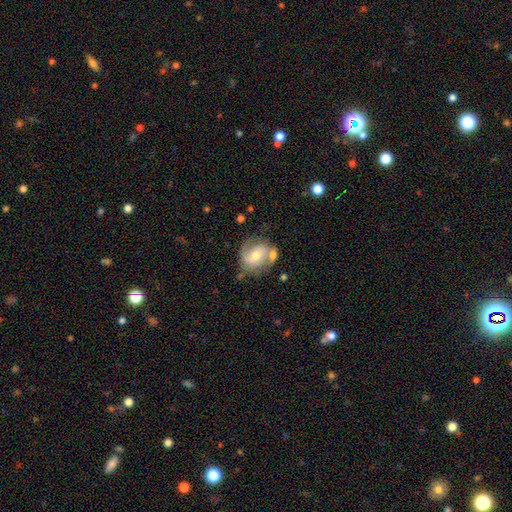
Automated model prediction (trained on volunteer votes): Smooth or featured? featured or disk (65%)
Edge-on disk? no (97%)
Bar? no (44%)
Spiral arms? yes (84%)
Spiral winding? medium (47%)
Spiral arm count? 2 (73%)
Bulge size? moderate (61%)
Merging? none (50%)